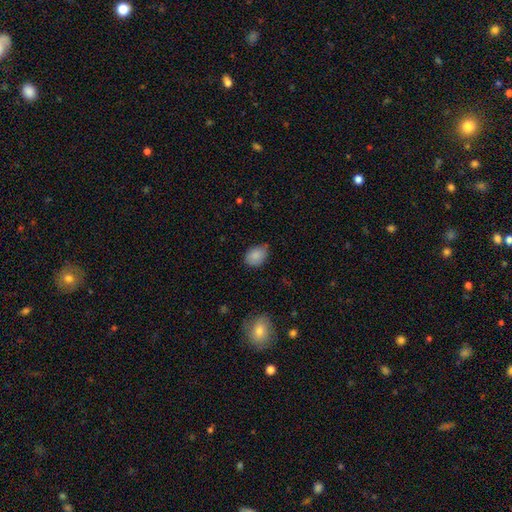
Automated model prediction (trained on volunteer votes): The model was most divided on "merging": none: 62%, minor disturbance: 31%, major disturbance: 5%, merger: 2%. More confident: smooth or featured — smooth (86%); how rounded — in between (75%).